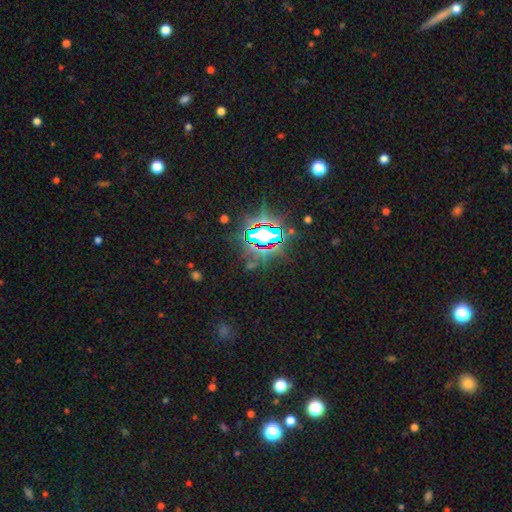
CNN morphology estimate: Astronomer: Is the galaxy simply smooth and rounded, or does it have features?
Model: star or artifact — 83%.